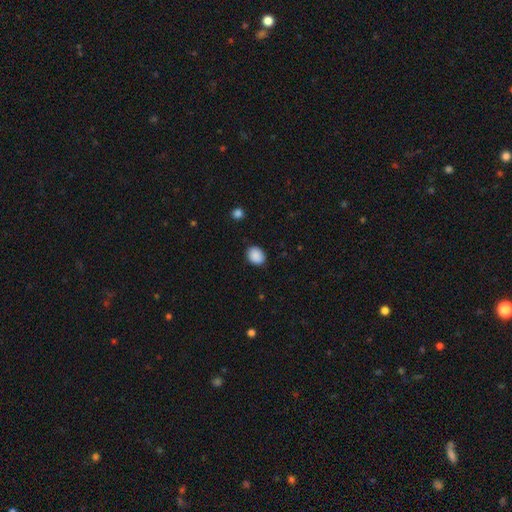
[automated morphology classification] Smooth or featured? smooth (89%)
How rounded? in between (55%)
Merging? none (85%)